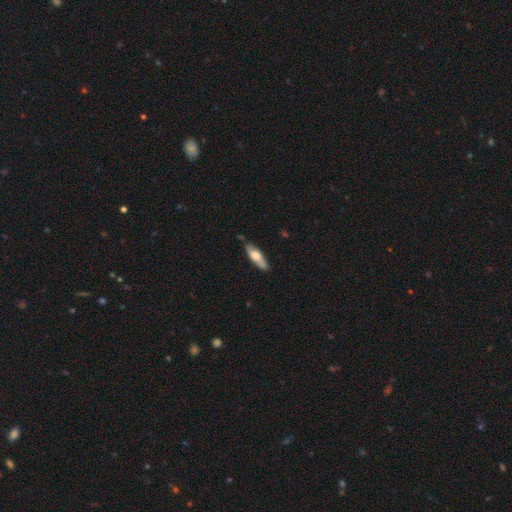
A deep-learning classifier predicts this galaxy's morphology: The model was most divided on "how rounded": cigar-shaped: 50%, in between: 48%, round: 2%. More confident: merging — none (80%); smooth or featured — smooth (53%).